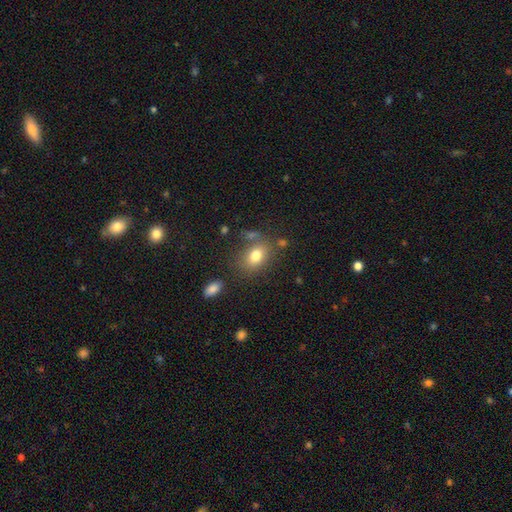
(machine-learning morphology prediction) Smooth or featured: smooth — 78% (featured or disk — 11%)
How rounded: in between — 72% (round — 26%)
Merging: none — 69% (minor disturbance — 16%)